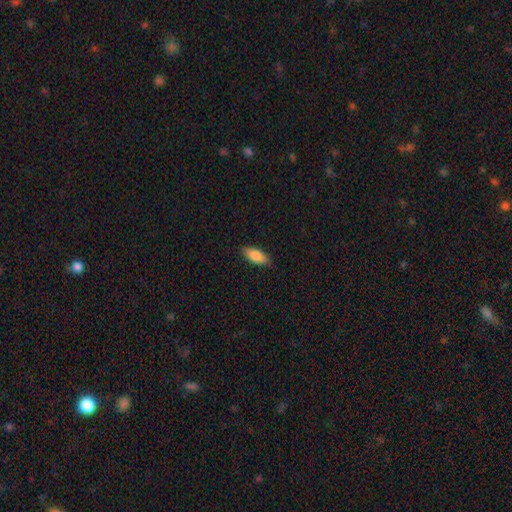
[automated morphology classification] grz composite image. It shows a smooth galaxy with no disk features (86%) that is in between round and cigar-shaped (80%). Merging: none (86%).